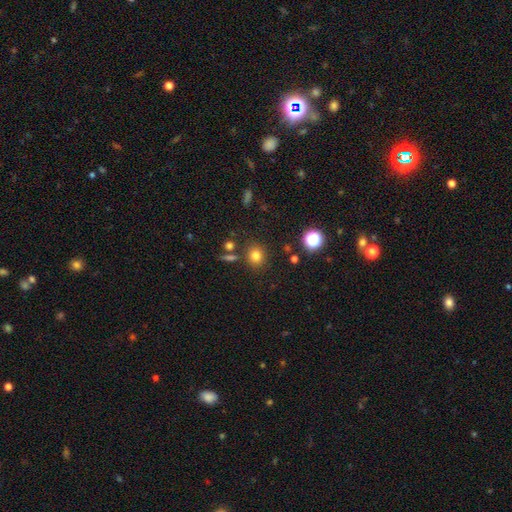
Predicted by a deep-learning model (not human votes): The model was most divided on "how rounded": round: 80%, in between: 19%, cigar-shaped: 1%. More confident: merging — none (83%); smooth or featured — smooth (78%).